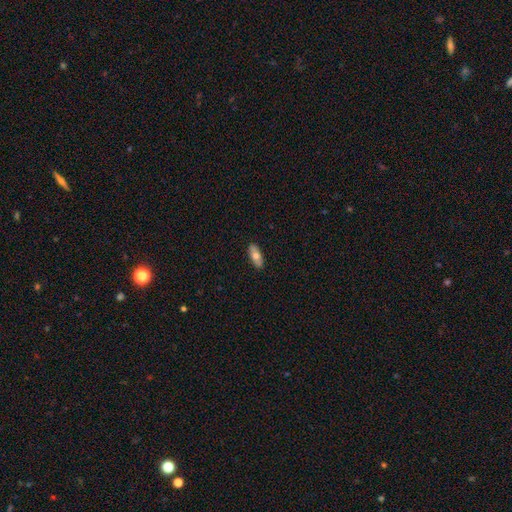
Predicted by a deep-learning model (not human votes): smooth-or-featured: smooth: 65% | featured or disk: 29% | star or artifact: 6%
  how-rounded: in between: 80% | cigar-shaped: 17% | round: 3%
  merging: none: 88% | minor disturbance: 9% | major disturbance: 2% | merger: 1%